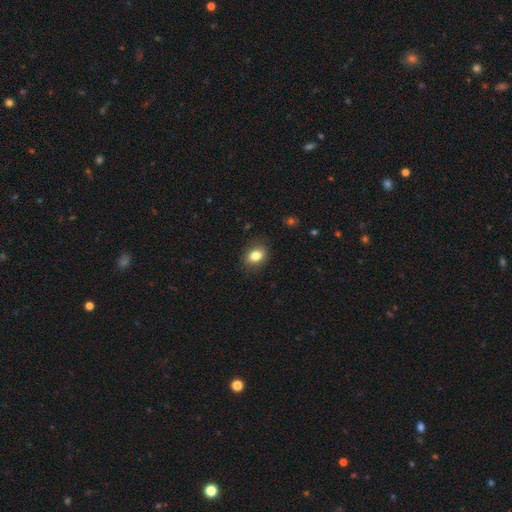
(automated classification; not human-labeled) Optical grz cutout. It shows a smooth galaxy with no disk features (82%) that is in between round and cigar-shaped (65%). Merging: none (85%).